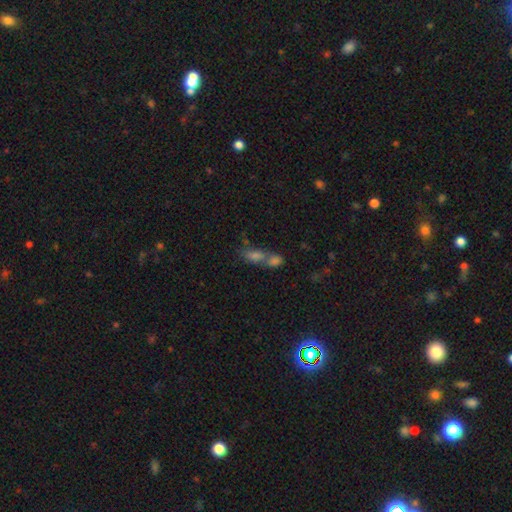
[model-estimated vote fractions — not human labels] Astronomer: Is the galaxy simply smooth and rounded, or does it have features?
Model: smooth — 57%.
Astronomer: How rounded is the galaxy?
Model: in between — 66%.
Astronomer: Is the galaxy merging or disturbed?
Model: merger — 63%.